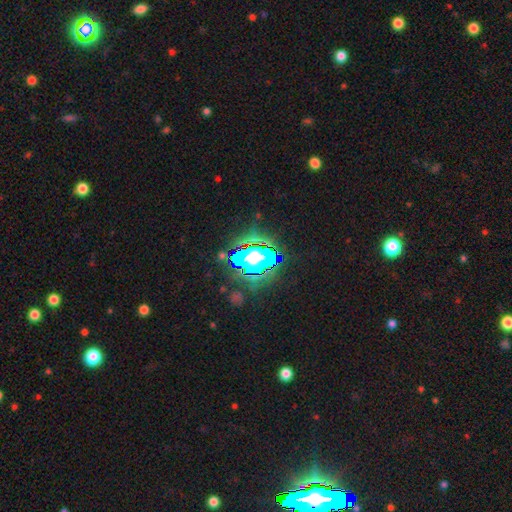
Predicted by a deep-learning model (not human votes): This appears to be a star or artifact, not a galaxy (80%).